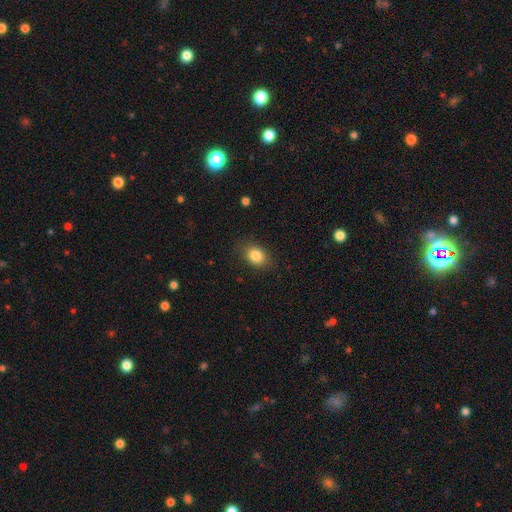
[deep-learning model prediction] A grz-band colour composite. It shows a smooth galaxy with no disk features (84%) that is in between round and cigar-shaped (63%). Merging: none (82%).